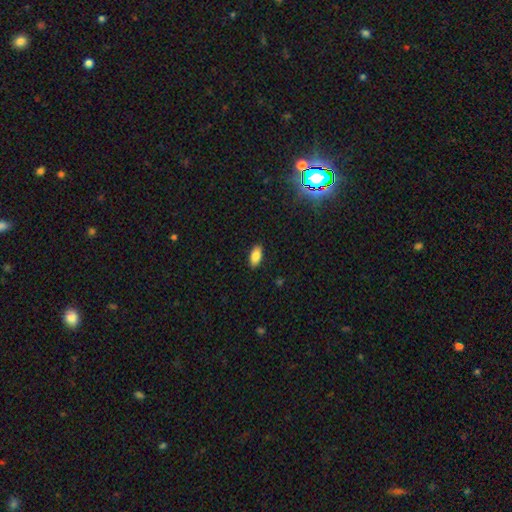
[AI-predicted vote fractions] A smooth galaxy with no disk features (83%) that is in between round and cigar-shaped (90%).

Vote fractions:
- Smooth or featured? smooth: 83% / featured or disk: 9% / star or artifact: 8%
- How rounded? in between: 90% / cigar-shaped: 7% / round: 3%
- Merging? none: 88% / minor disturbance: 9% / major disturbance: 2% / merger: 1%